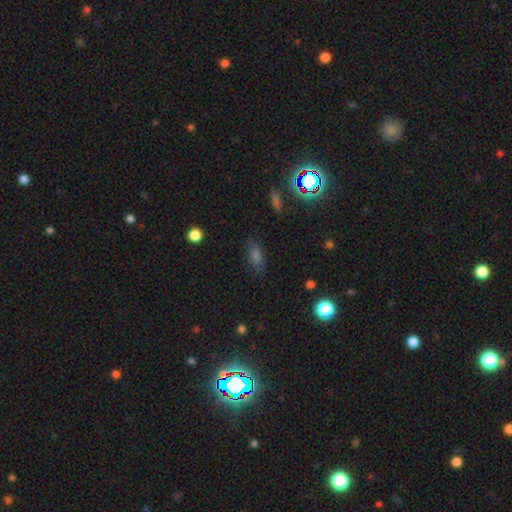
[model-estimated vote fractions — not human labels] Smooth or featured?
  - smooth: 56% *
  - star or artifact: 30%
  - featured or disk: 14%
How rounded?
  - in between: 74% *
  - cigar-shaped: 14%
  - round: 12%
Merging?
  - none: 81% *
  - minor disturbance: 13%
  - major disturbance: 4%
  - merger: 2%